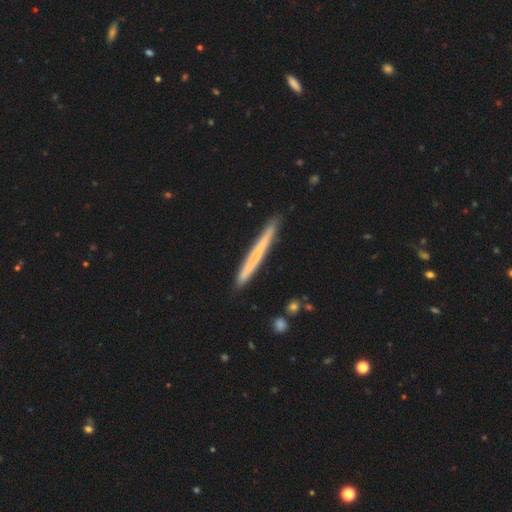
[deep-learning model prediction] Smooth or featured?
  - smooth: 57% *
  - featured or disk: 37%
  - star or artifact: 6%
How rounded?
  - cigar-shaped: 97% *
  - in between: 2%
  - round: 1%
Merging?
  - none: 90% *
  - minor disturbance: 8%
  - merger: 1%
  - major disturbance: 1%